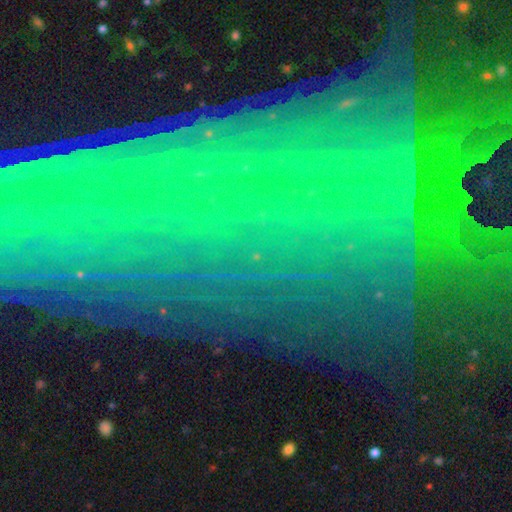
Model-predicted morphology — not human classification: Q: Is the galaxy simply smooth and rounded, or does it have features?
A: star or artifact — 71%.